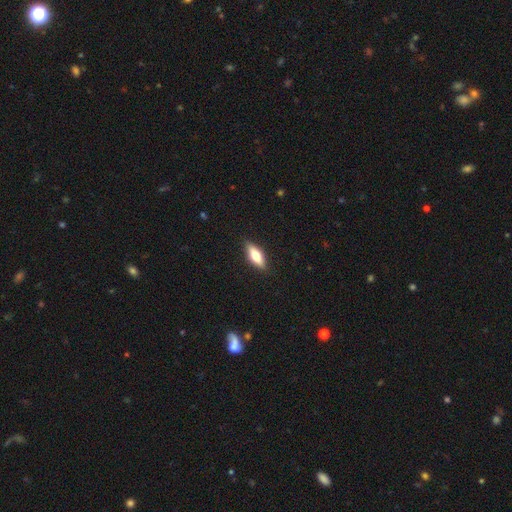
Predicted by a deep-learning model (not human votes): This appears to be a smooth galaxy with no disk features (60%) that is in between round and cigar-shaped (64%). Merging: none (88%).